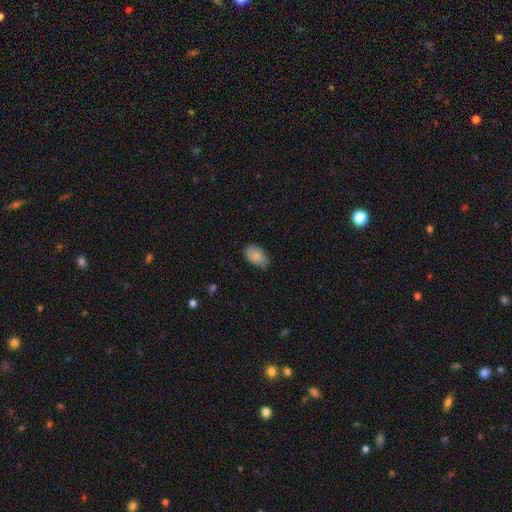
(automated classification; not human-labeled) This appears to be a smooth galaxy with no disk features (86%) that is in between round and cigar-shaped (92%). Merging: none (56%).